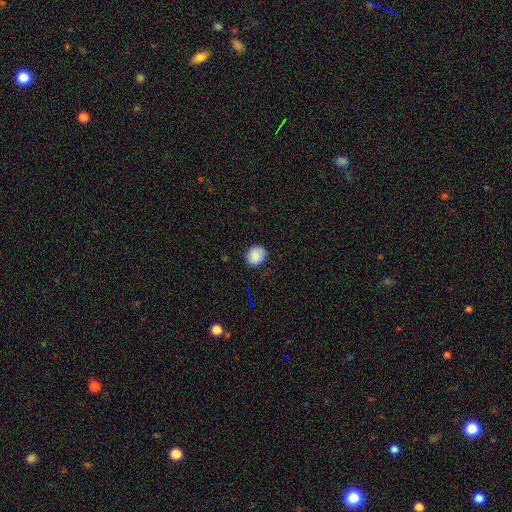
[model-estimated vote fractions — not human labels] Smooth or featured? smooth (87%)
How rounded? round (73%)
Merging? none (82%)